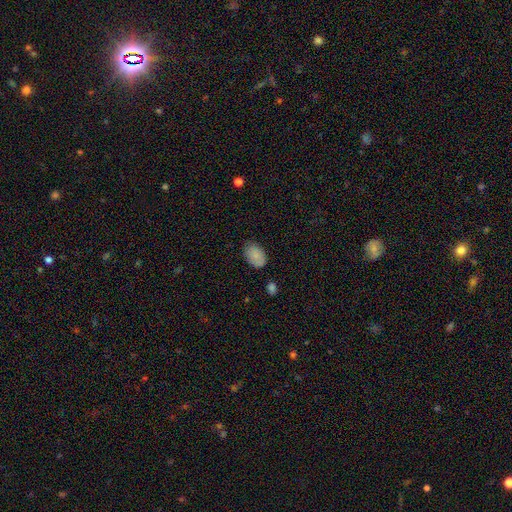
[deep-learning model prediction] Q: Smooth or featured?
A: smooth (84%); runner-up: featured or disk (9%)
Q: How rounded?
A: in between (88%); runner-up: round (11%)
Q: Merging?
A: none (77%); runner-up: minor disturbance (18%)